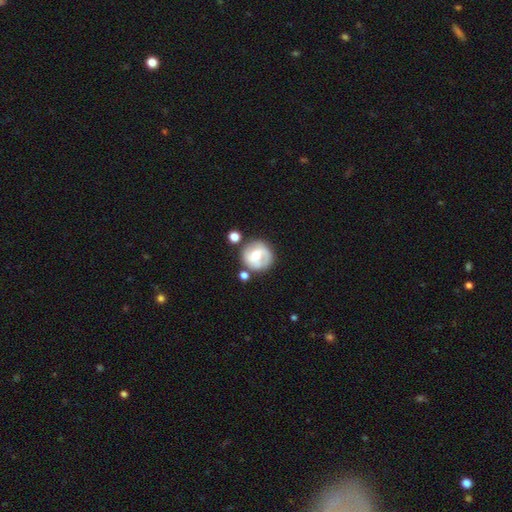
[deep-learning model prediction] Smooth or featured?
  - featured or disk: 52% *
  - smooth: 41%
  - star or artifact: 7%
Edge-on disk?
  - no: 97% *
  - yes: 3%
Bar?
  - weak: 42% *
  - no: 41%
  - strong: 18%
Spiral arms?
  - yes: 62% *
  - no: 38%
Bulge size?
  - moderate: 60% *
  - small: 32%
  - large: 4%
  - none: 2%
  - dominant: 1%
Merging?
  - none: 68% *
  - minor disturbance: 14%
  - merger: 12%
  - major disturbance: 5%